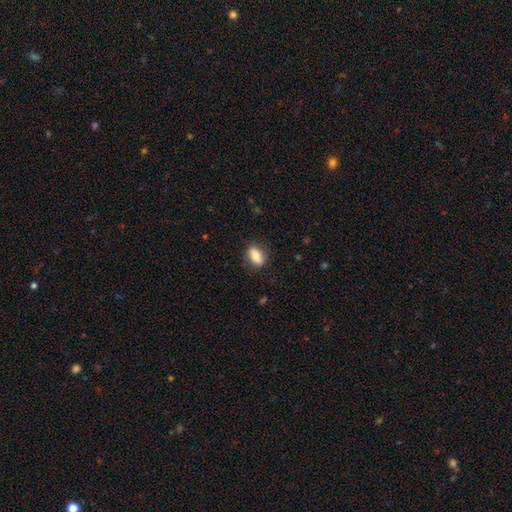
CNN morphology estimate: This is likely a smooth galaxy (75%). How rounded: clearly in between (84%). Merging: clearly none (83%).